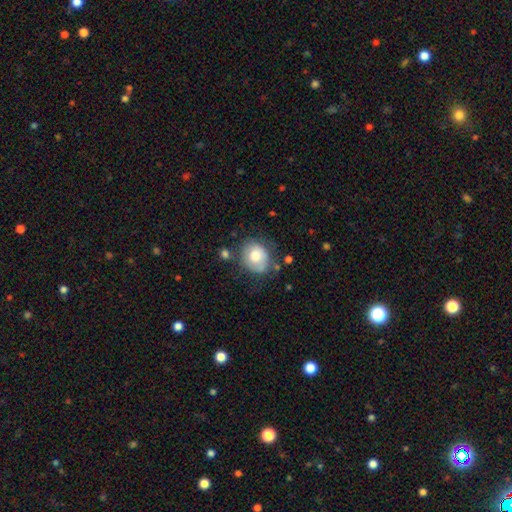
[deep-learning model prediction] This appears to be a smooth galaxy with no disk features (69%) that is round (69%). Merging: none (59%).